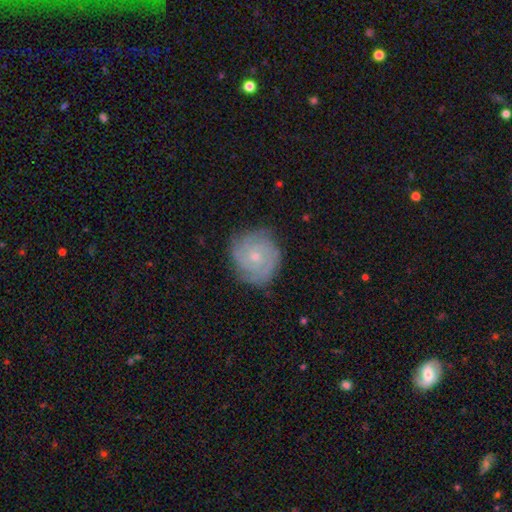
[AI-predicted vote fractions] Smooth or featured? featured or disk (78%)
Edge-on disk? no (98%)
Bar? no (78%)
Spiral arms? yes (95%)
Spiral winding? tight (75%)
Spiral arm count? 3 (29%)
Bulge size? small (68%)
Merging? none (81%)